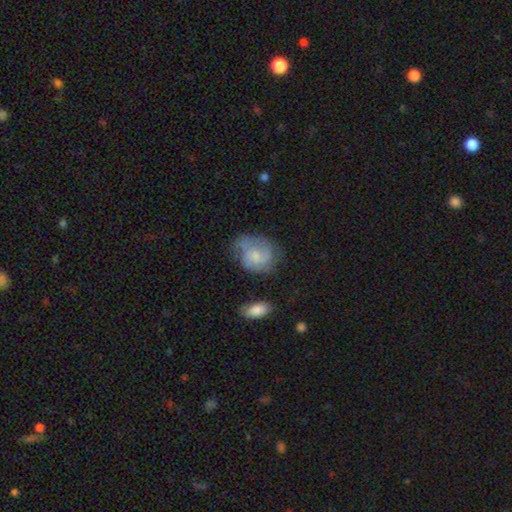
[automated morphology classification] This is possibly a featured or disk galaxy (56%). It is clearly not viewed edge-on (98%). Bar: likely no (62%). Spiral arm pattern: clearly yes (83%). Central bulge: possibly small (47%). Merging: possibly none (50%).